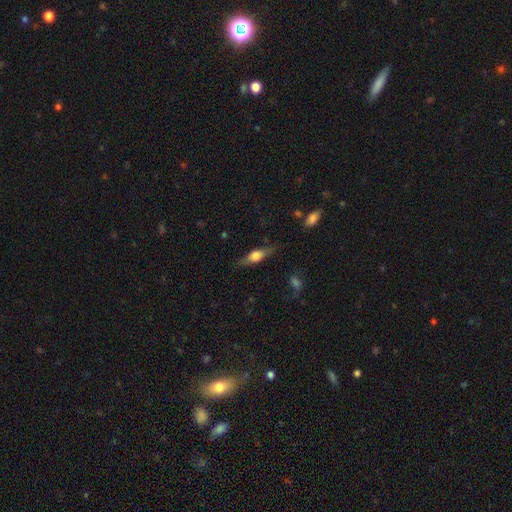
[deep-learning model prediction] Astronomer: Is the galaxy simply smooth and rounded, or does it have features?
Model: smooth — 49% (runner-up: featured or disk, 44%).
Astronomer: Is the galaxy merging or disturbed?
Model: none — 77%.